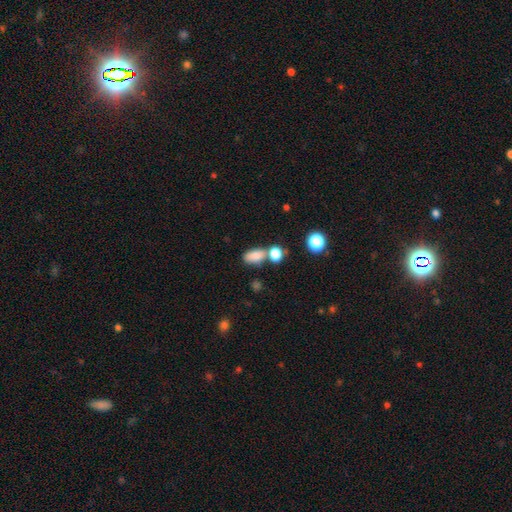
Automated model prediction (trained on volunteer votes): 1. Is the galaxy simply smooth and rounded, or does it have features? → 81% smooth, 10% star or artifact, 8% featured or disk.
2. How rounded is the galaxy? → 85% in between, 12% round, 3% cigar-shaped.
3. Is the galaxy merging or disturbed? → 48% none, 35% merger, 12% minor disturbance, 5% major disturbance.